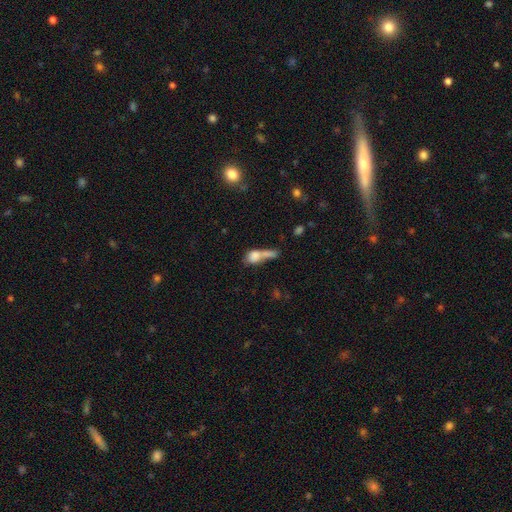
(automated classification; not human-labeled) smooth 73%, featured or disk 17%, star or artifact 10%. Down the decision tree: how rounded — in between (58%); merging — merger (60%).